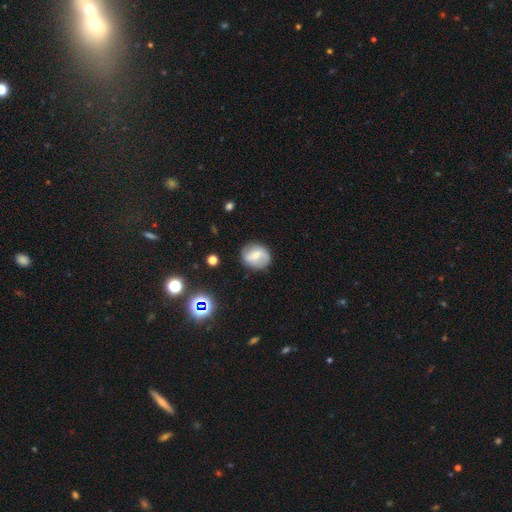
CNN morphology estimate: smooth-or-featured: featured or disk: 52% | smooth: 39% | star or artifact: 9%
  disk-edge-on: no: 97% | yes: 3%
    bar: weak: 47% | strong: 29% | no: 25%
    has-spiral-arms: yes: 80% | no: 20%
    bulge-size: small: 49% | moderate: 38% | none: 9% | large: 4% | dominant: 1%
  merging: none: 82% | minor disturbance: 13% | major disturbance: 4% | merger: 1%